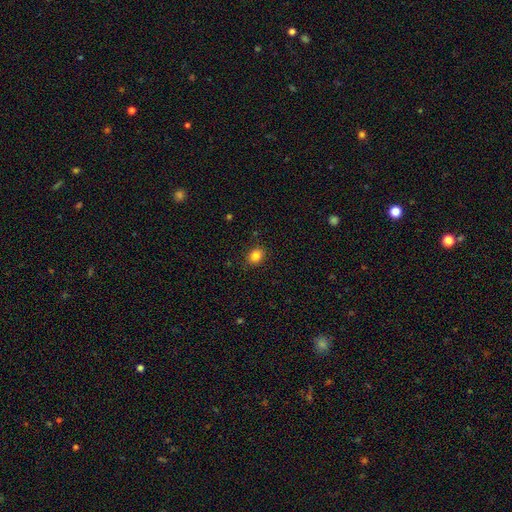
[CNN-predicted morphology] smooth 85%, star or artifact 10%, featured or disk 5%. Down the decision tree: how rounded — round (51%); merging — none (86%).